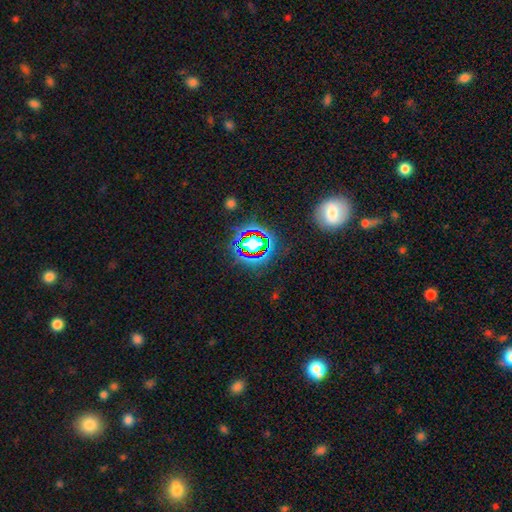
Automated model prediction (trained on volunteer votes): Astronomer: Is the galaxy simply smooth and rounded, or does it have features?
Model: star or artifact — 74%.